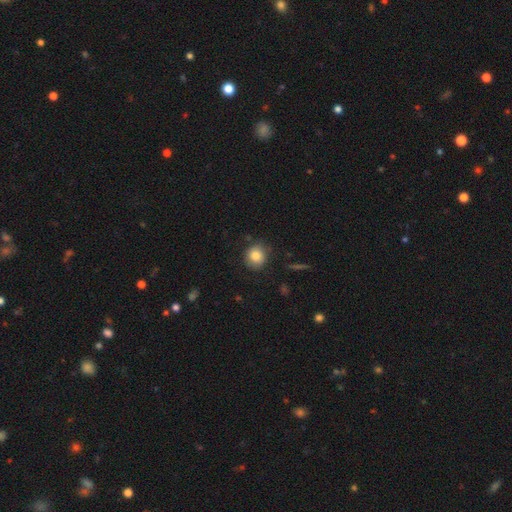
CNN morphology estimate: Smooth or featured? smooth (82%)
How rounded? round (82%)
Merging? none (81%)